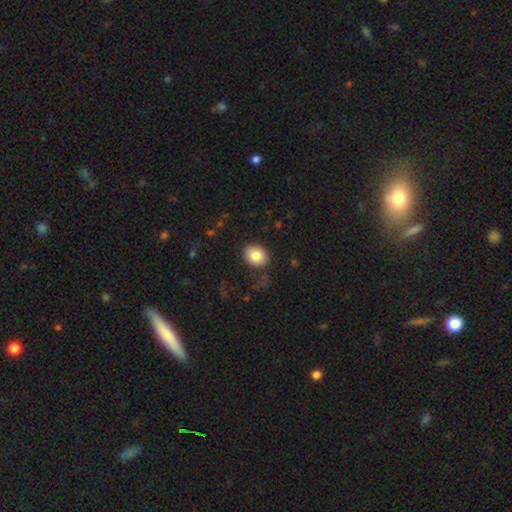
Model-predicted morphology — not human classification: Overall: smooth (83%). How rounded: round (50%; in between 49%). Merging: none (81%).